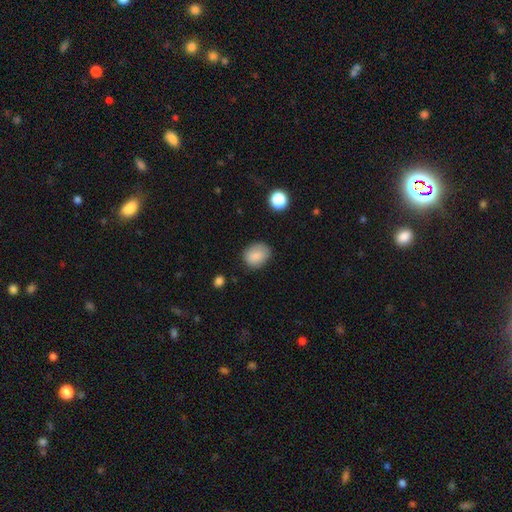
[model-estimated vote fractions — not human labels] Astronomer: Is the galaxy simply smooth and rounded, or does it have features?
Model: smooth — 85%.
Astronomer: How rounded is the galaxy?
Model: in between — 50% (runner-up: round, 49%).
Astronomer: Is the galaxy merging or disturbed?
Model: none — 74%.